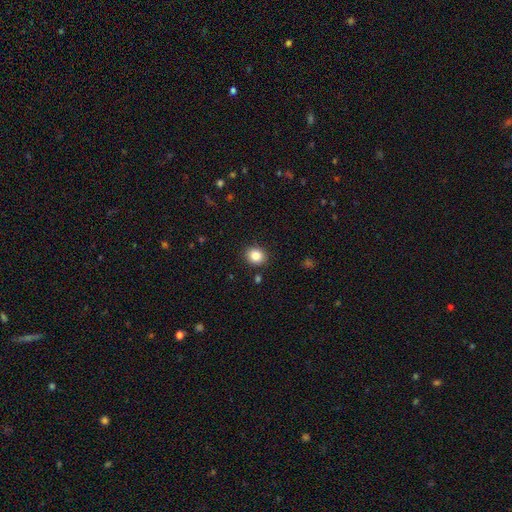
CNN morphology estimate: The model was most divided on "how rounded": round: 67%, in between: 32%, cigar-shaped: 1%. More confident: merging — none (90%); smooth or featured — smooth (85%).